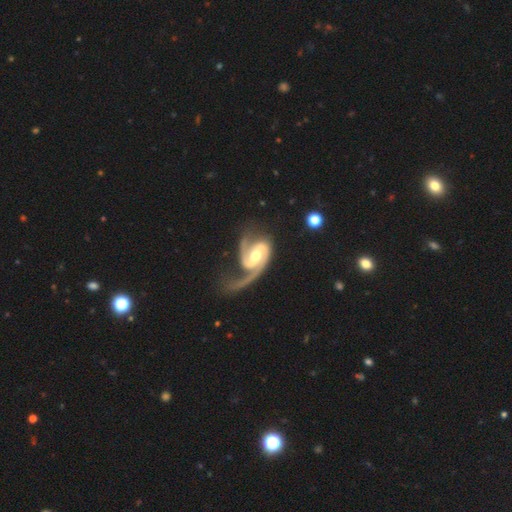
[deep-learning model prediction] Q: Smooth or featured?
A: featured or disk (93%); runner-up: star or artifact (3%)
Q: Edge-on disk?
A: no (98%); runner-up: yes (2%)
Q: Bar?
A: weak (42%); runner-up: strong (39%)
Q: Spiral arms?
A: yes (98%); runner-up: no (2%)
Q: Spiral winding?
A: medium (54%); runner-up: tight (25%)
Q: Spiral arm count?
A: 2 (84%); runner-up: 1 (8%)
Q: Bulge size?
A: moderate (67%); runner-up: small (26%)
Q: Merging?
A: none (47%); runner-up: major disturbance (27%)